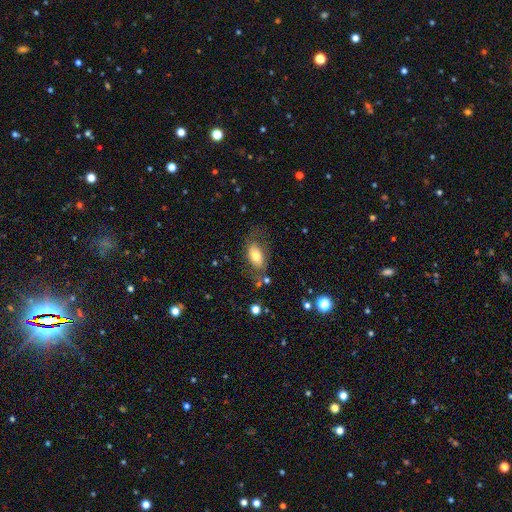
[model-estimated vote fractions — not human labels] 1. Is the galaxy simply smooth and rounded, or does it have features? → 67% smooth, 25% featured or disk, 8% star or artifact.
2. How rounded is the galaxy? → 90% in between, 7% round, 3% cigar-shaped.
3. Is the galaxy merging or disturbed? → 64% none, 20% minor disturbance, 12% major disturbance, 5% merger.